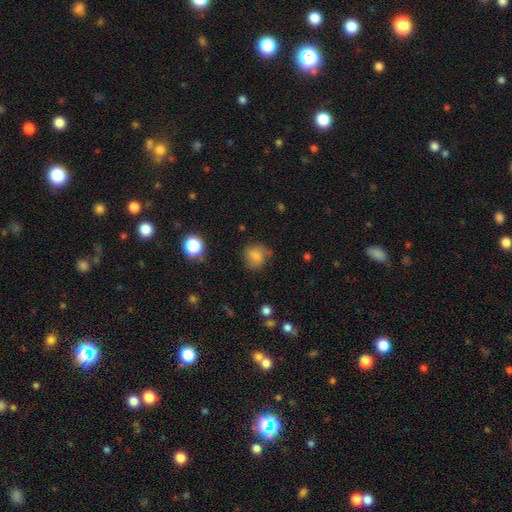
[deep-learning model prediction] smooth 78%, star or artifact 11%, featured or disk 10%. Down the decision tree: how rounded — round (80%); merging — none (73%).